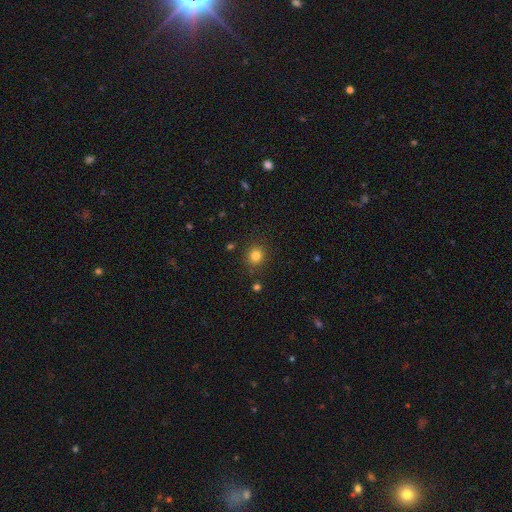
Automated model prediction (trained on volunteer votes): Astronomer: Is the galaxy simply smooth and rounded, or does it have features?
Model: smooth — 82%.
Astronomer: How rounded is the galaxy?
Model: round — 86%.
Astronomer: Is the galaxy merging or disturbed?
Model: none — 87%.